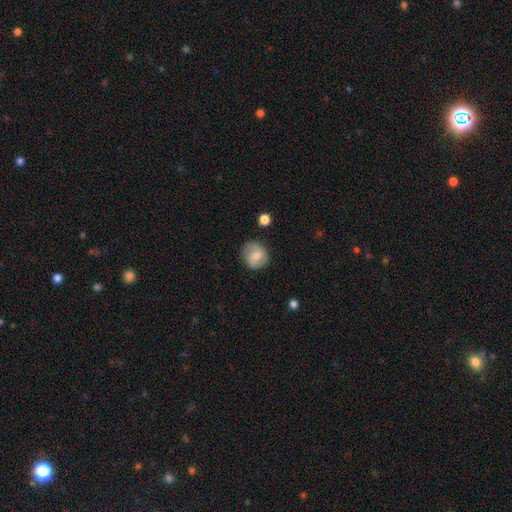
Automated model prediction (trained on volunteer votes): Smooth or featured: smooth — 67% (featured or disk — 25%)
How rounded: round — 82% (in between — 17%)
Merging: none — 81% (minor disturbance — 14%)